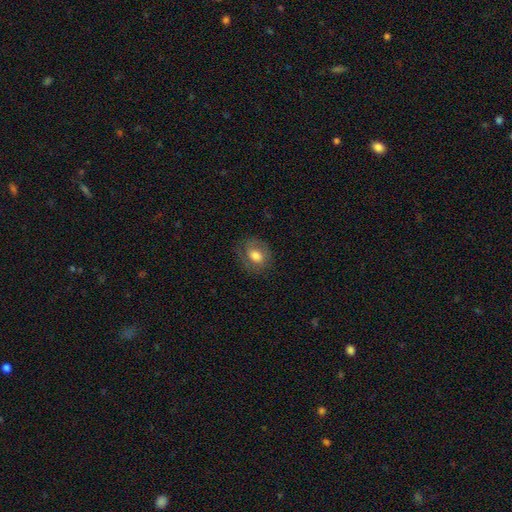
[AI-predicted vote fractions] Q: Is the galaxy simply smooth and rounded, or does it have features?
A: smooth — 69%.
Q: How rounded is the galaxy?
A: in between — 50%.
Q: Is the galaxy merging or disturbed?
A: none — 72%.